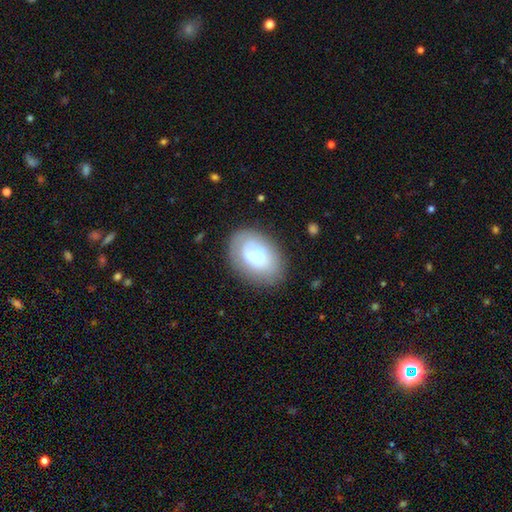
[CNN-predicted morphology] A smooth galaxy with no disk features (56%) that is in between round and cigar-shaped (79%).

Vote fractions:
- Smooth or featured? smooth: 56% / featured or disk: 36% / star or artifact: 8%
- How rounded? in between: 79% / round: 20% / cigar-shaped: 1%
- Merging? none: 68% / minor disturbance: 20% / major disturbance: 9% / merger: 3%